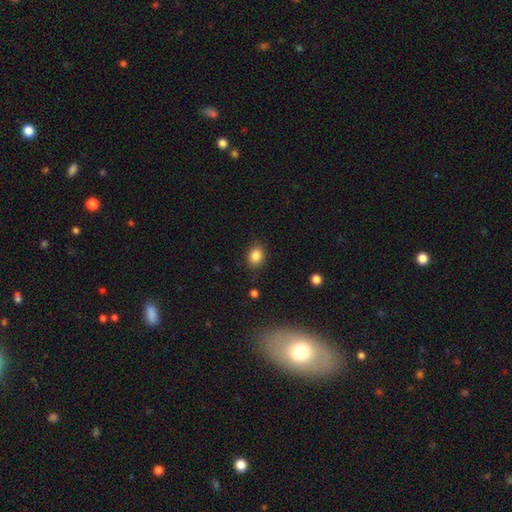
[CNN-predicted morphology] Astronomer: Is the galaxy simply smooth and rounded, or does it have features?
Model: smooth — 85%.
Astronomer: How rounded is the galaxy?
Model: in between — 57% (runner-up: round, 42%).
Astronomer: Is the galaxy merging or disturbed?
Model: none — 83%.